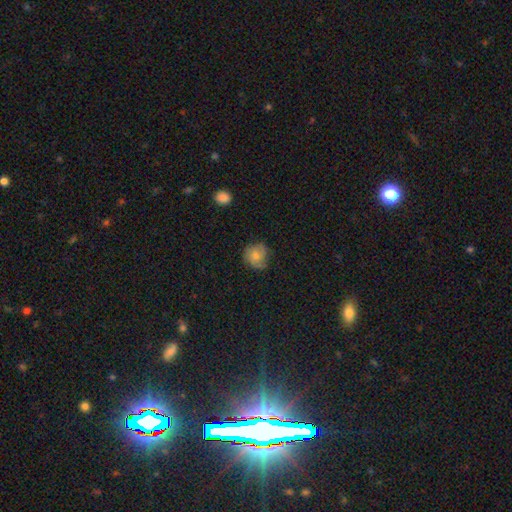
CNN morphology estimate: Smooth or featured? smooth (59%)
How rounded? round (86%)
Merging? none (70%)